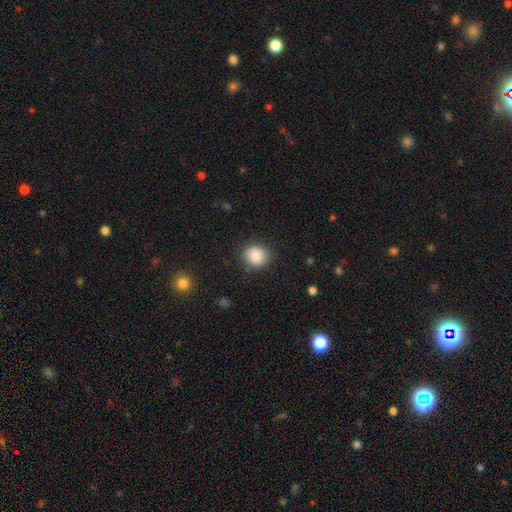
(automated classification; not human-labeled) The model was most divided on "how rounded": round: 80%, in between: 19%, cigar-shaped: 1%. More confident: smooth or featured — smooth (85%); merging — none (84%).